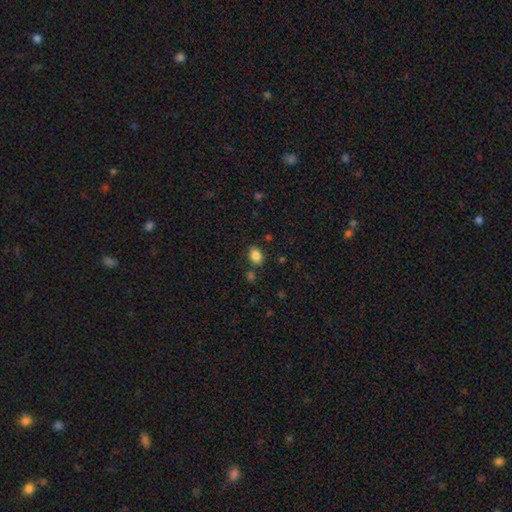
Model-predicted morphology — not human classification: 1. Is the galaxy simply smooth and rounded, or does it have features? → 86% smooth, 10% star or artifact, 4% featured or disk.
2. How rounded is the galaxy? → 72% in between, 27% round, 1% cigar-shaped.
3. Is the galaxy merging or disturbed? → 79% none, 12% minor disturbance, 5% merger, 3% major disturbance.